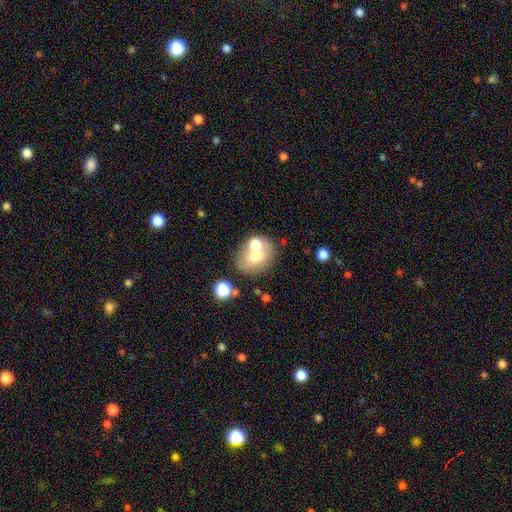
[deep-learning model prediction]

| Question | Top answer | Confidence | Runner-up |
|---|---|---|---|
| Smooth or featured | smooth | 66% | featured or disk (23%) |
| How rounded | round | 57% | in between (42%) |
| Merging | none | 51% | merger (32%) |